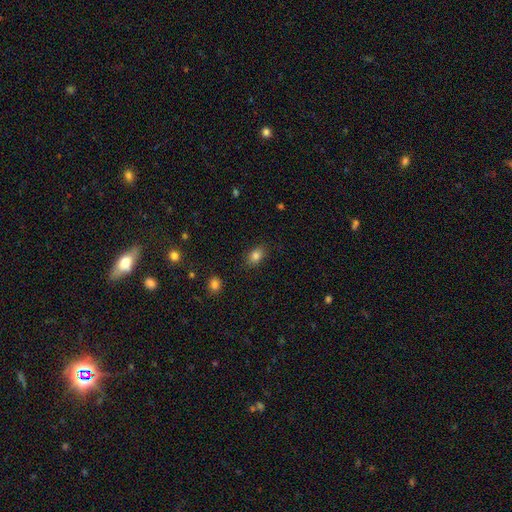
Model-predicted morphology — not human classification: This appears to be a smooth galaxy with no disk features (83%) that is in between round and cigar-shaped (79%). Merging: none (85%).